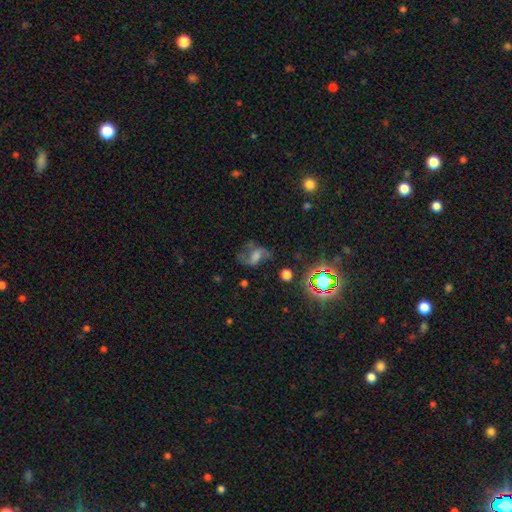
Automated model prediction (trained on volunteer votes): Overall: featured or disk (56%; smooth 26%). Edge-on disk: no (96%). Bar: no (49%; weak 38%). Spiral arms: yes (83%). Bulge size: none (28%; moderate 27%). Merging: none (48%; major disturbance 28%).